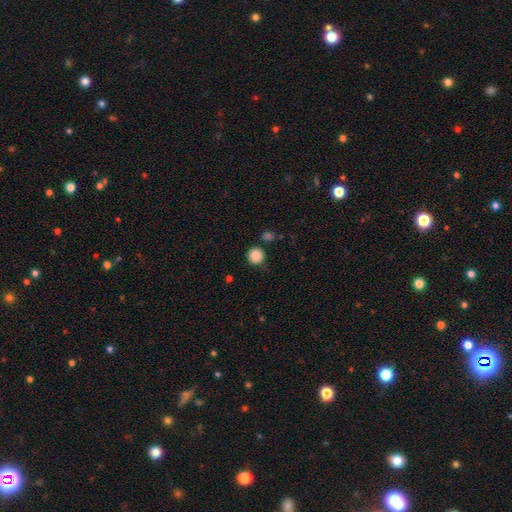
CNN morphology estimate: smooth-or-featured: smooth: 87% | star or artifact: 9% | featured or disk: 3%
  how-rounded: round: 93% | in between: 6% | cigar-shaped: 1%
  merging: none: 82% | minor disturbance: 11% | merger: 4% | major disturbance: 3%